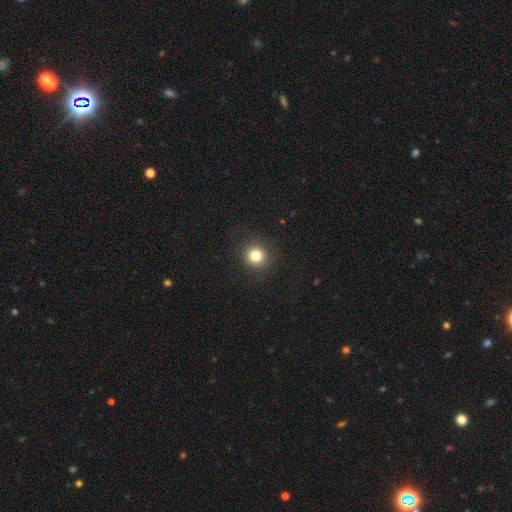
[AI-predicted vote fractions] Smooth or featured?
  - smooth: 82% *
  - star or artifact: 12%
  - featured or disk: 6%
How rounded?
  - round: 93% *
  - in between: 6%
  - cigar-shaped: 1%
Merging?
  - none: 89% *
  - minor disturbance: 7%
  - major disturbance: 3%
  - merger: 1%